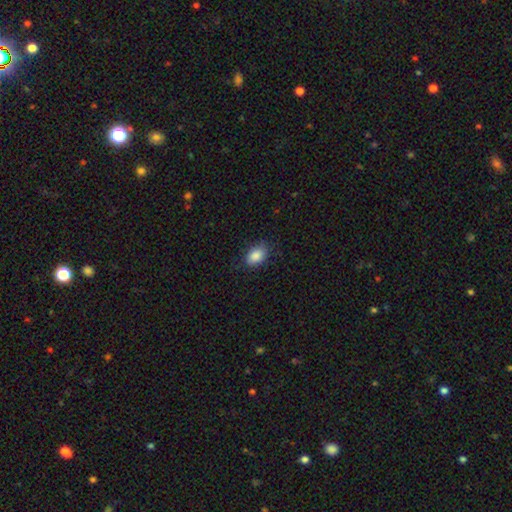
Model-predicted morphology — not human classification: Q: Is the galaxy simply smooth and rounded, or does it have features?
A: smooth — 87%.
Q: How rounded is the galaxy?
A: in between — 86%.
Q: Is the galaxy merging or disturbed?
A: none — 81%.